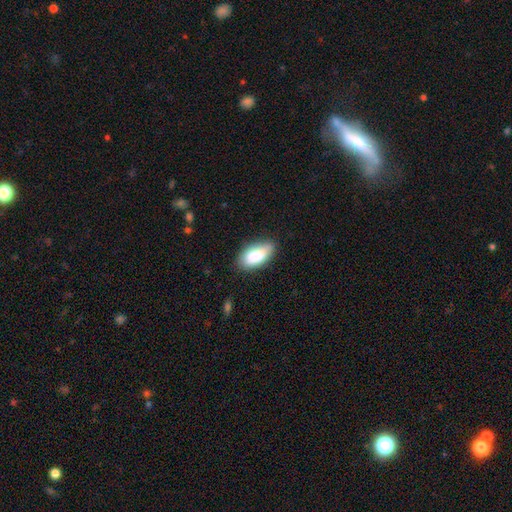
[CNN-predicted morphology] Smooth or featured? Predicted: smooth (p=0.84). How rounded? Predicted: in between (p=0.91). Merging? Predicted: none (p=0.76).